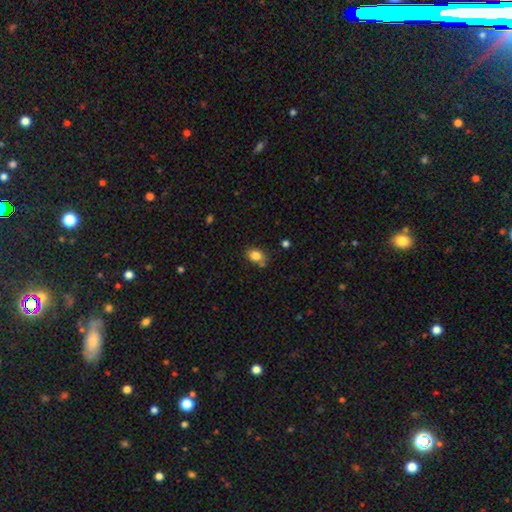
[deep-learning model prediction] A smooth galaxy with no disk features (83%) that is in between round and cigar-shaped (70%). Merging: none (65%).